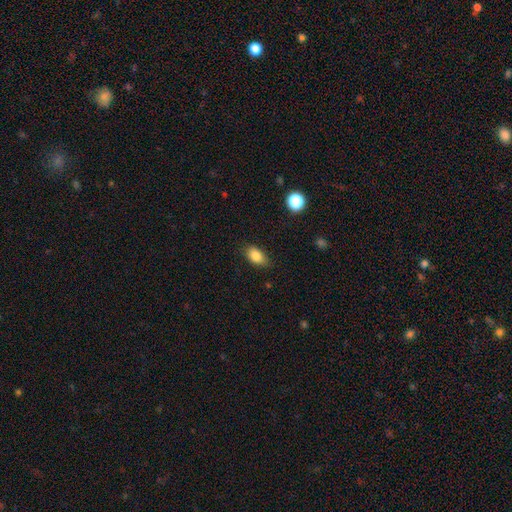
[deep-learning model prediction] Overall: smooth (86%). How rounded: in between (87%). Merging: none (78%).